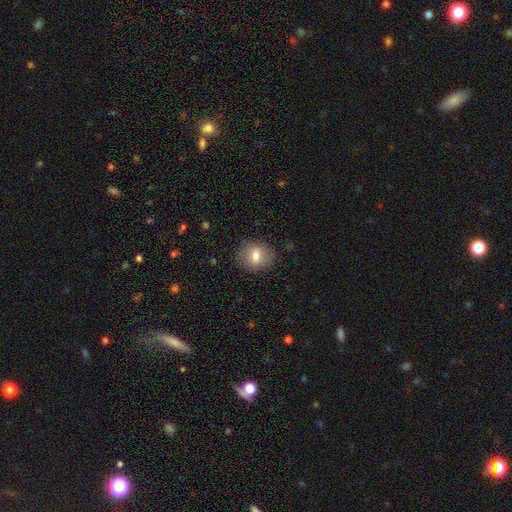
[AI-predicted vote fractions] Q: Smooth or featured?
A: smooth (71%); runner-up: featured or disk (20%)
Q: How rounded?
A: round (62%); runner-up: in between (37%)
Q: Merging?
A: none (85%); runner-up: minor disturbance (11%)